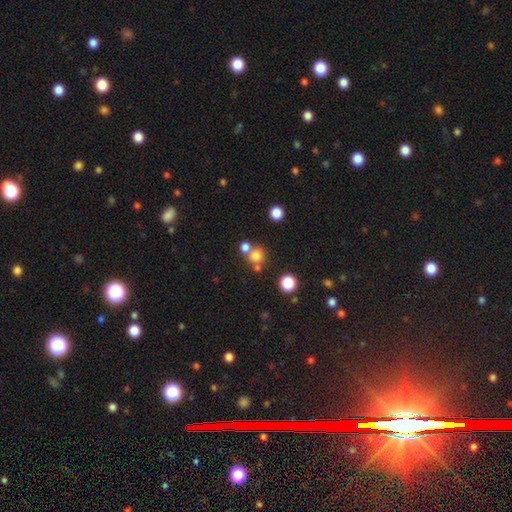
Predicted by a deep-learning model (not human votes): The model was most divided on "merging": none: 56%, merger: 34%, minor disturbance: 7%, major disturbance: 3%. More confident: how rounded — round (90%); smooth or featured — smooth (75%).